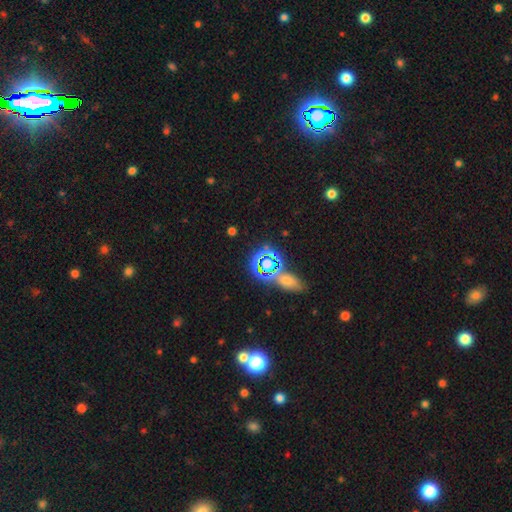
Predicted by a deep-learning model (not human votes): Q: Smooth or featured?
A: star or artifact (68%); runner-up: smooth (22%)